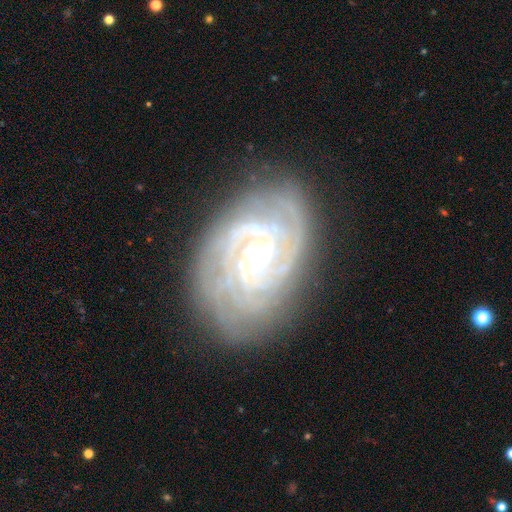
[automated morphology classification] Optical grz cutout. It shows a featured or disk galaxy (90%) with no bar (48%), 3 (25%) tight (81%) spiral arms (98%) and a moderate central bulge (49%). Merging: none (79%).